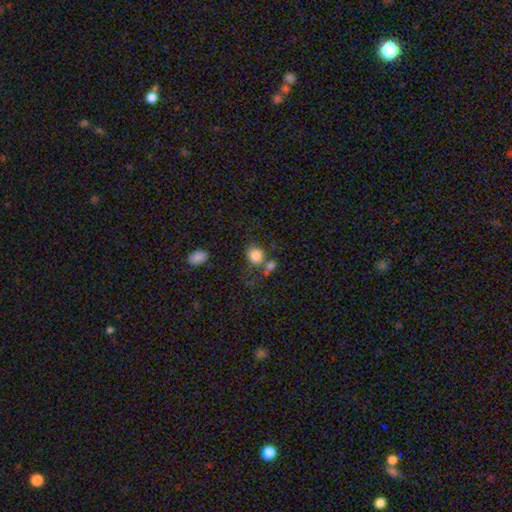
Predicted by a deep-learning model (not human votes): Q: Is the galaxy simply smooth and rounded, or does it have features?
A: smooth — 83%.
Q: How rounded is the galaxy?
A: round — 69%.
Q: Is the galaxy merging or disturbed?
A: none — 51%.